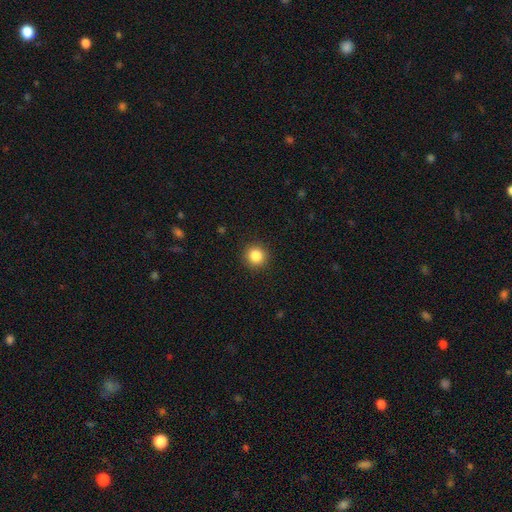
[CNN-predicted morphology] type=smooth (86%); roundness=round (94%); merging=none (92%).